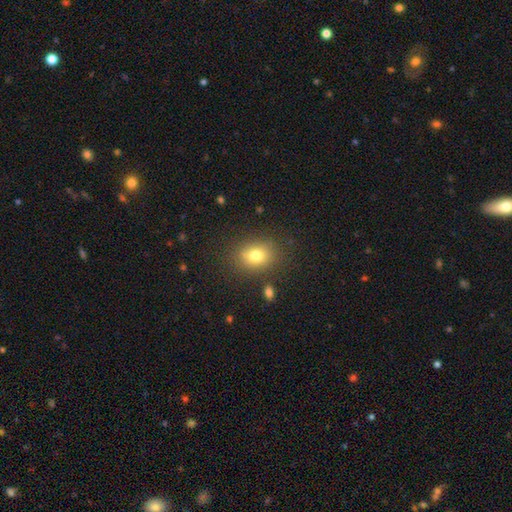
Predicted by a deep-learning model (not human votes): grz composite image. It shows a smooth galaxy with no disk features (77%) that is in between round and cigar-shaped (53%). Merging: none (80%).